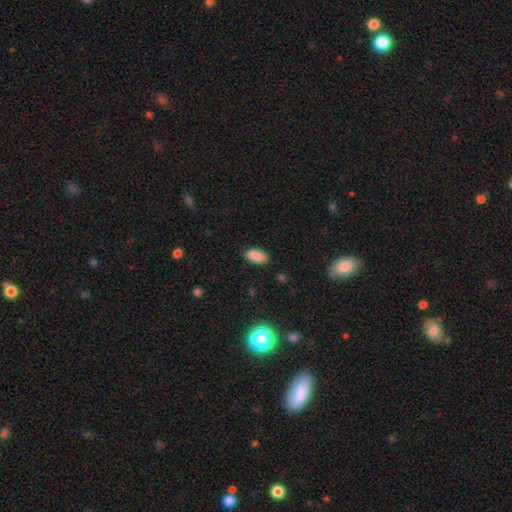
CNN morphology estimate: smooth_or_featured: smooth (p=0.88) [alt: star or artifact p=0.09]
how_rounded: in between (p=0.94) [alt: cigar-shaped p=0.03]
merging: none (p=0.85) [alt: minor disturbance p=0.11]